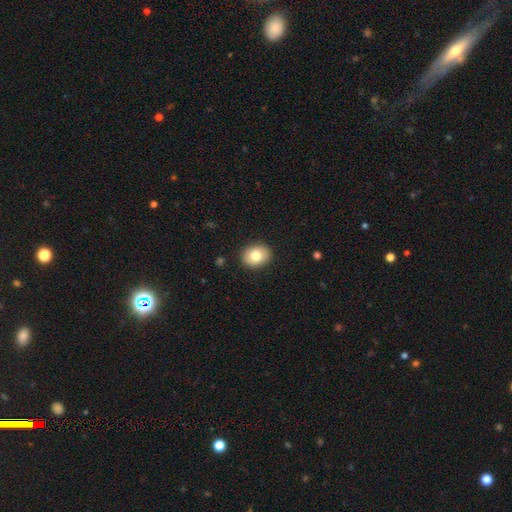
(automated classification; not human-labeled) Smooth or featured? smooth (79%)
How rounded? in between (51%)
Merging? none (90%)